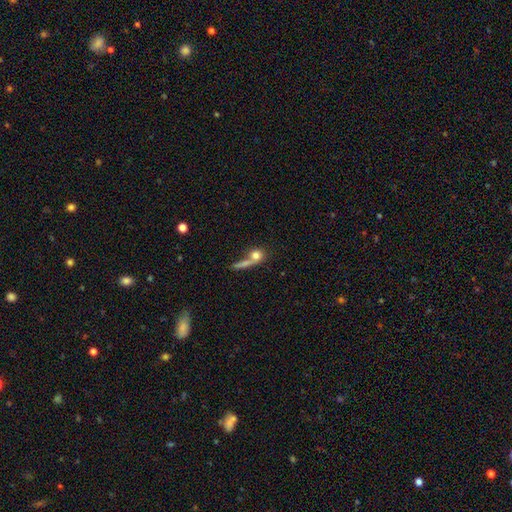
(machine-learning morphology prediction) Smooth or featured? smooth (69%)
How rounded? round (62%)
Merging? none (36%)